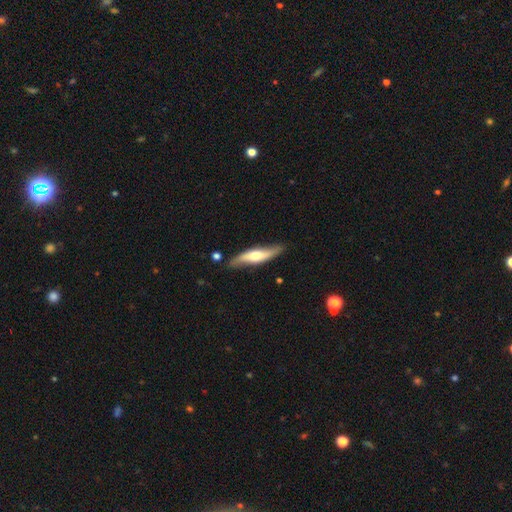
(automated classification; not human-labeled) Overall: featured or disk (59%; smooth 36%). Edge-on disk: yes (65%; no 35%). Merging: none (77%).